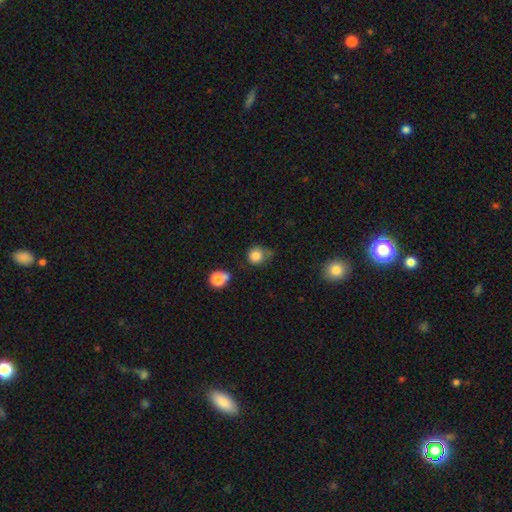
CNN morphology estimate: Smooth or featured? smooth (83%)
How rounded? round (87%)
Merging? none (60%)